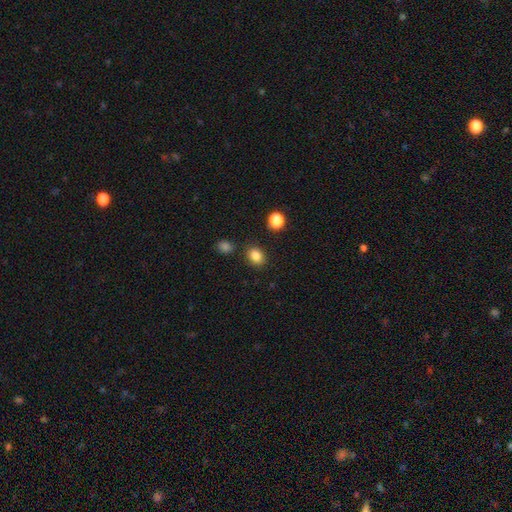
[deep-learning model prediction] Smooth or featured? Predicted: smooth (p=0.84). How rounded? Predicted: in between (p=0.54). Merging? Predicted: none (p=0.84).